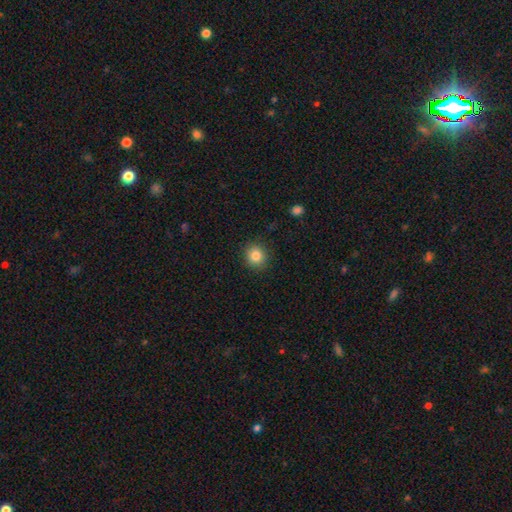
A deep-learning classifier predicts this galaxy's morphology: smooth 84%, star or artifact 10%, featured or disk 6%. Down the decision tree: how rounded — round (86%); merging — none (90%).